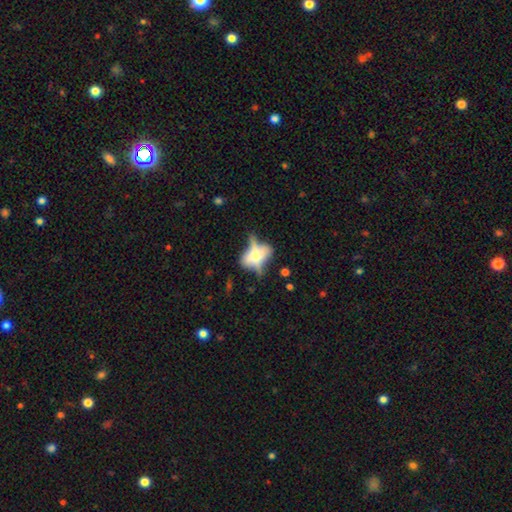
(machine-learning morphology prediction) A featured or disk galaxy (59%) viewed edge-on (71%). Merging: none (52%).